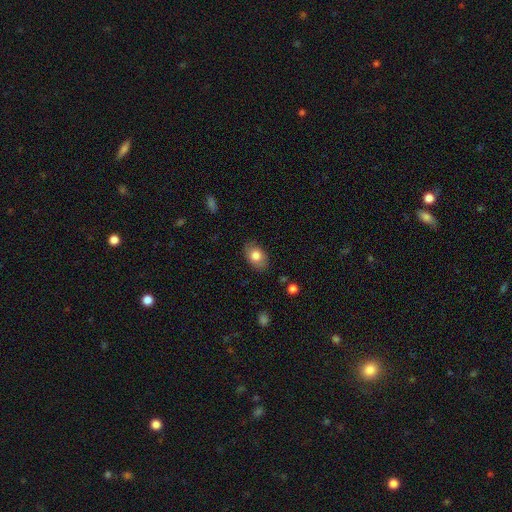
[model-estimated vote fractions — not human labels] The model was most divided on "smooth or featured": smooth: 80%, featured or disk: 13%, star or artifact: 7%. More confident: how rounded — in between (85%); merging — none (84%).